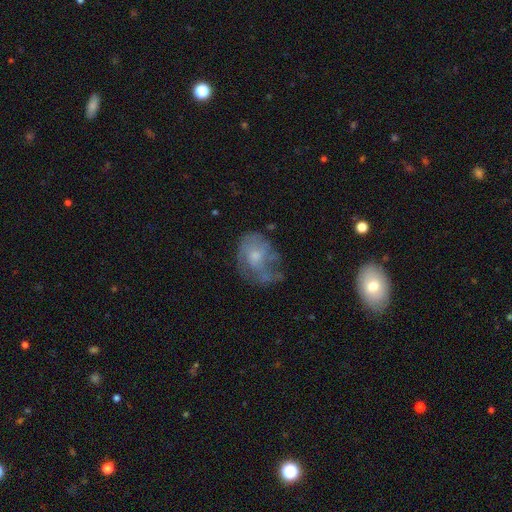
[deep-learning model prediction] A featured or disk galaxy (54%) with no bar (79%), spiral arms (54%) and a small central bulge (43%, tied with moderate).

Vote fractions:
- Smooth or featured? featured or disk: 54% / smooth: 37% / star or artifact: 10%
- Edge-on disk? no: 97% / yes: 3%
- Bar? no: 79% / weak: 19% / strong: 2%
- Spiral arms? yes: 54% / no: 46%
- Bulge size? small: 43% (tied) / moderate: 43% (tied) / none: 9% / large: 4% / dominant: 1%
- Merging? none: 39% / major disturbance: 29% / minor disturbance: 28% / merger: 4%